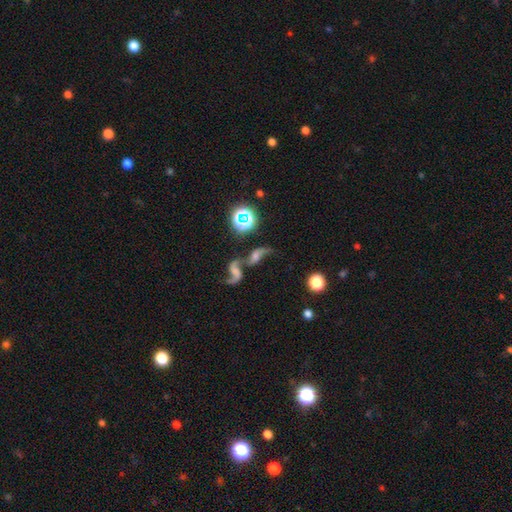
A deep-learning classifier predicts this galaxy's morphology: This appears to be a featured or disk galaxy (56%) with no bar (56%), spiral arms (79%) and no central bulge (29%, tied with moderate). Merging: merger (51%).